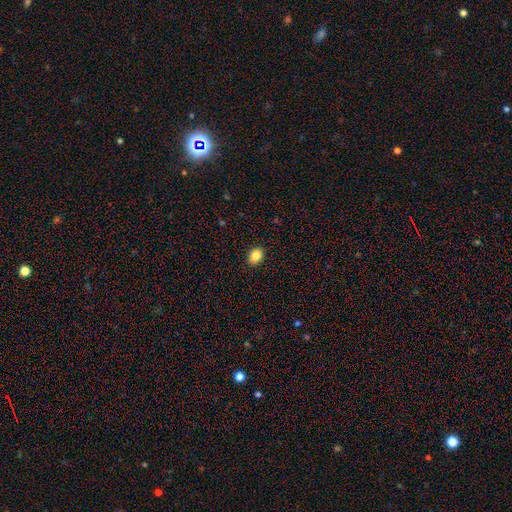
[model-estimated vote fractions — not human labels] Morphology: type=smooth (84%); roundness=in between (52%); merging=none (91%).